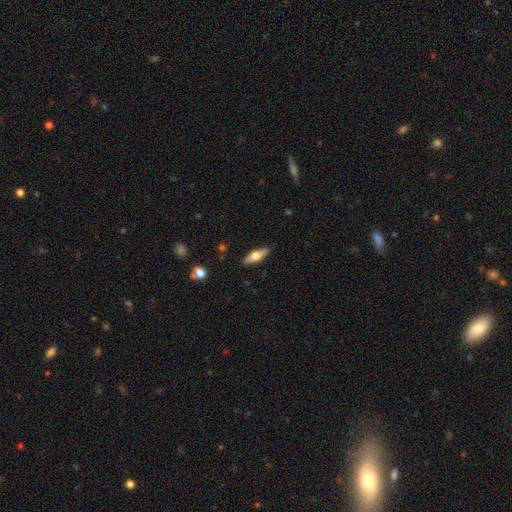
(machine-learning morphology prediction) smooth-or-featured: smooth: 49% | featured or disk: 45% | star or artifact: 6%
  merging: none: 88% | minor disturbance: 9% | major disturbance: 2% | merger: 1%